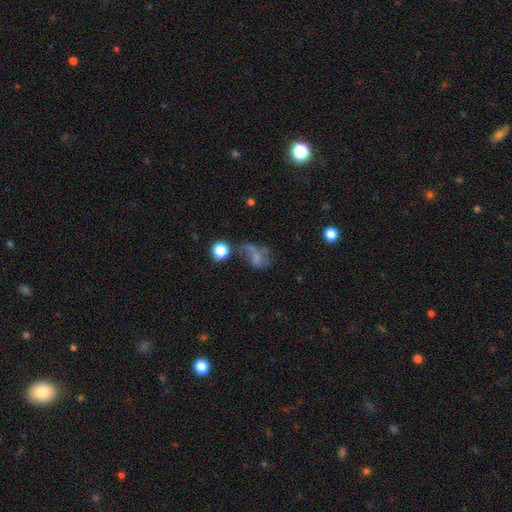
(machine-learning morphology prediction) Smooth or featured: smooth — 45% (featured or disk — 35%)
Merging: major disturbance — 40% (none — 28%)